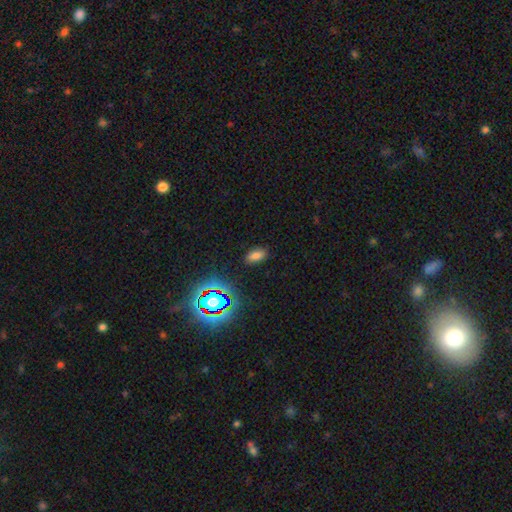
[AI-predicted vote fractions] A smooth galaxy with no disk features (73%) that is in between round and cigar-shaped (90%). Merging: none (86%).